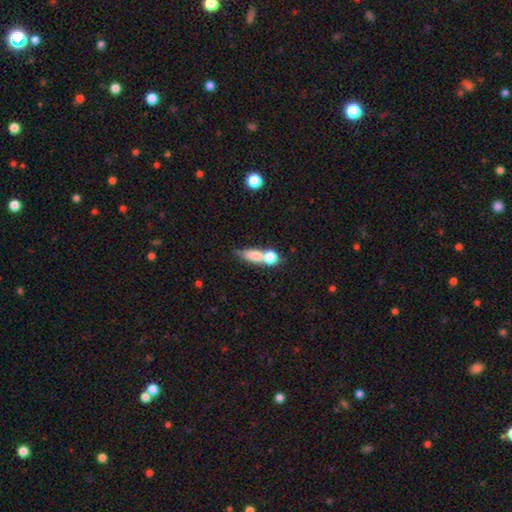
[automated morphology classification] Smooth or featured? smooth (69%)
How rounded? in between (50%)
Merging? merger (49%)